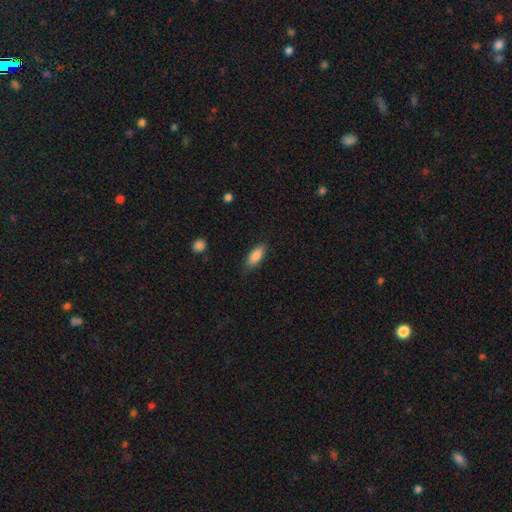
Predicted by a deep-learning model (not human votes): Morphology: type=smooth (85%); roundness=in between (73%); merging=none (82%).